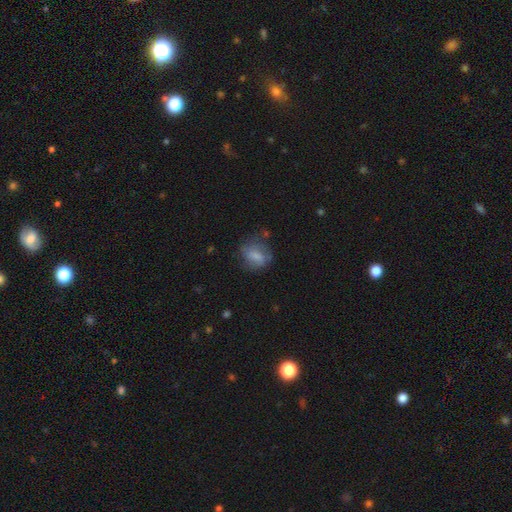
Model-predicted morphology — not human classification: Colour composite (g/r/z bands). It shows a smooth galaxy with no disk features (62%) that is in between round and cigar-shaped (57%). Merging: none (49%).